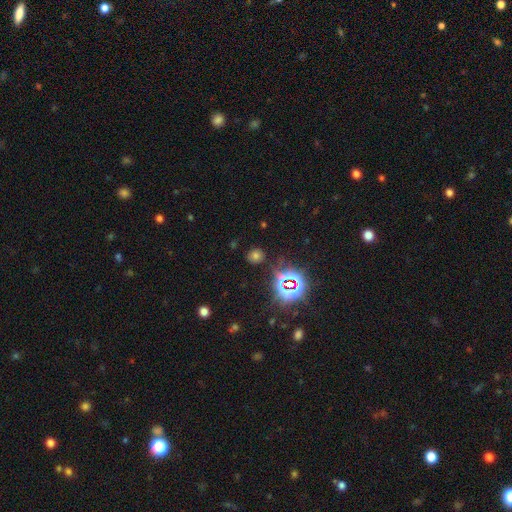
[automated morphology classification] Smooth or featured?
  - smooth: 55% *
  - star or artifact: 36%
  - featured or disk: 8%
How rounded?
  - round: 79% *
  - in between: 20%
  - cigar-shaped: 1%
Merging?
  - none: 83% *
  - minor disturbance: 11%
  - major disturbance: 4%
  - merger: 2%